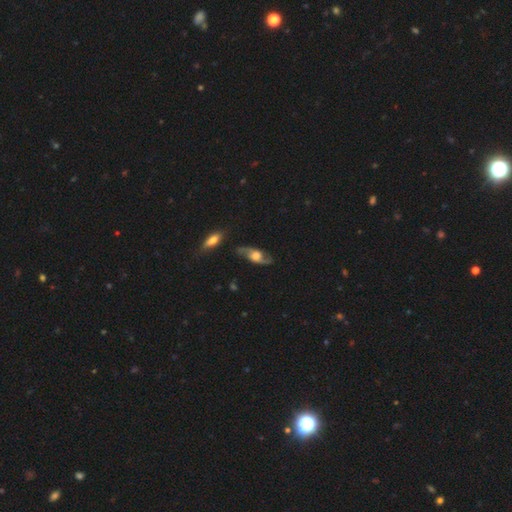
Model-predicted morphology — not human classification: Smooth or featured? Predicted: featured or disk (p=0.78). Edge-on disk? Predicted: no (p=0.82). Bar? Predicted: no (p=0.61). Spiral arms? Predicted: yes (p=0.92). Spiral winding? Predicted: loose (p=0.64). Spiral arm count? Predicted: 2 (p=0.93). Bulge size? Predicted: large (p=0.48). Merging? Predicted: none (p=0.78).